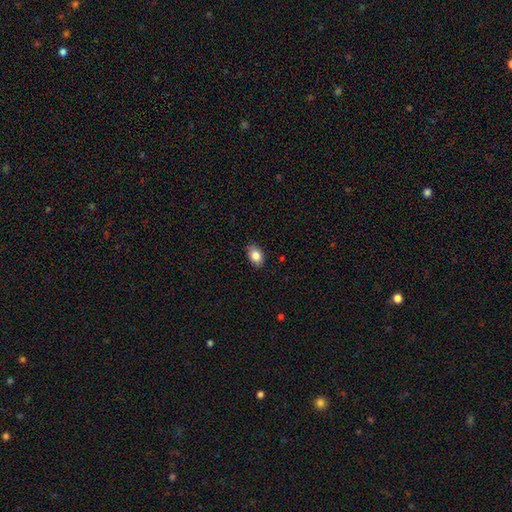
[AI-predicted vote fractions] Smooth or featured? smooth (84%)
How rounded? in between (85%)
Merging? none (84%)